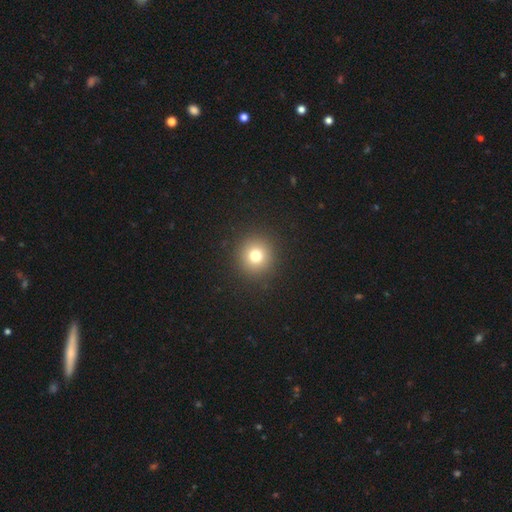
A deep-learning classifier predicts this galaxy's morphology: smooth 76%, star or artifact 14%, featured or disk 9%. Down the decision tree: how rounded — round (94%); merging — none (92%).